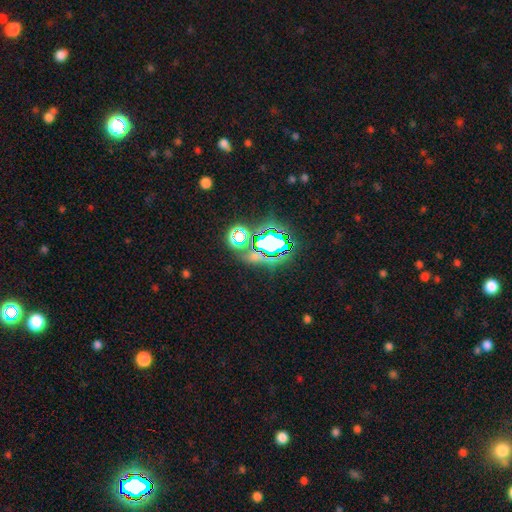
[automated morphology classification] star or artifact 66%, smooth 24%, featured or disk 11%.